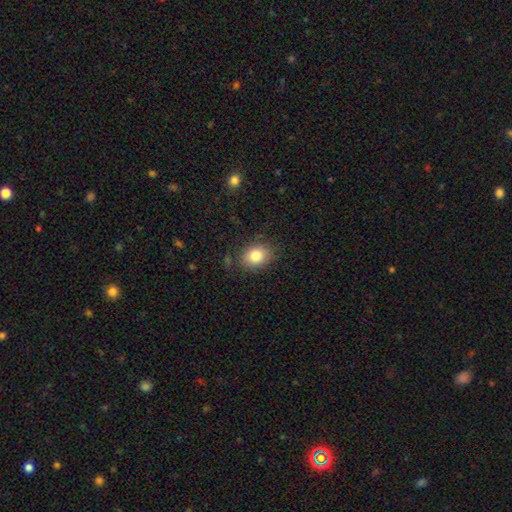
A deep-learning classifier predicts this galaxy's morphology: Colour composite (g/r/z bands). It shows a smooth galaxy with no disk features (82%) that is in between round and cigar-shaped (60%). Merging: none (81%).